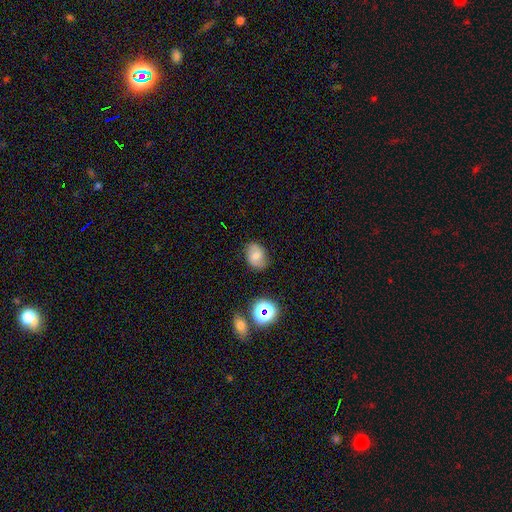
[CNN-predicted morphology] smooth 57%, featured or disk 30%, star or artifact 13%. Down the decision tree: how rounded — in between (62%); merging — none (80%).